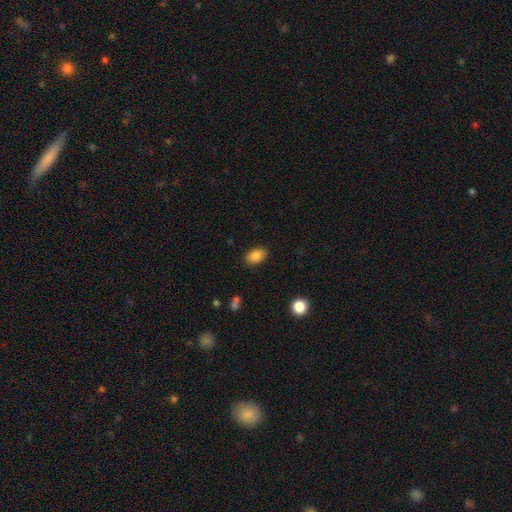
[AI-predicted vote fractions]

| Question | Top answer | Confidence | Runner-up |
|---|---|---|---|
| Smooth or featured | smooth | 86% | star or artifact (9%) |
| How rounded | in between | 85% | round (14%) |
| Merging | none | 86% | minor disturbance (10%) |